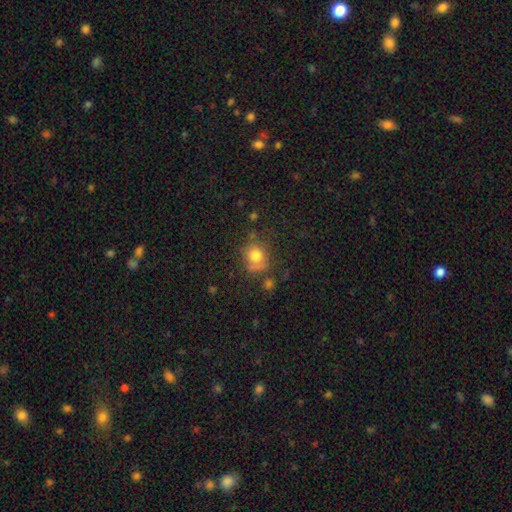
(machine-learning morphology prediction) type=smooth (77%); roundness=round (76%); merging=none (63%).